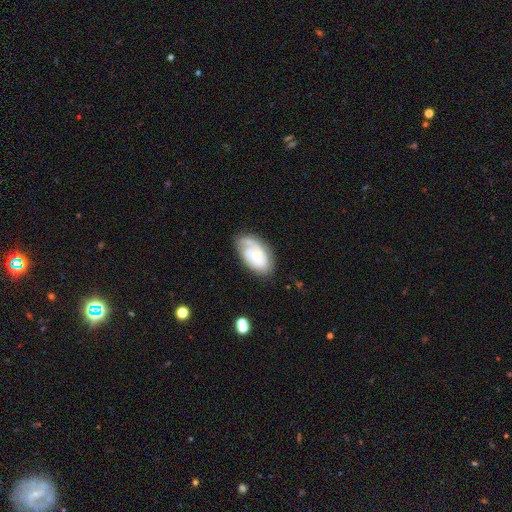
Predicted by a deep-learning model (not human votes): Morphology: type=featured or disk (57%); edge-on=no (95%); bar=no (77%); spiral arms=yes (80%); bulge=small (63%); merging=none (62%).